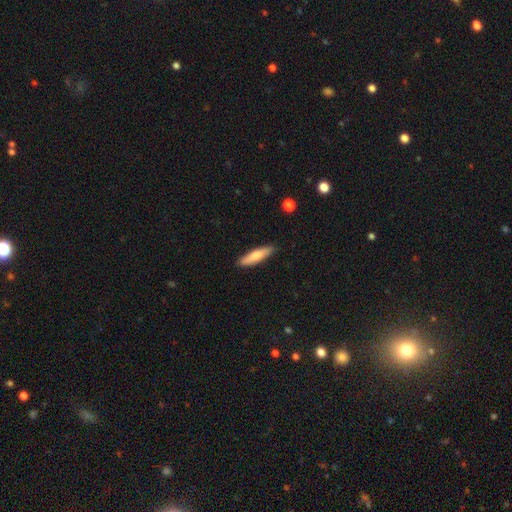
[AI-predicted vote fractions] Smooth or featured? Predicted: smooth (p=0.71). How rounded? Predicted: cigar-shaped (p=0.78). Merging? Predicted: none (p=0.88).